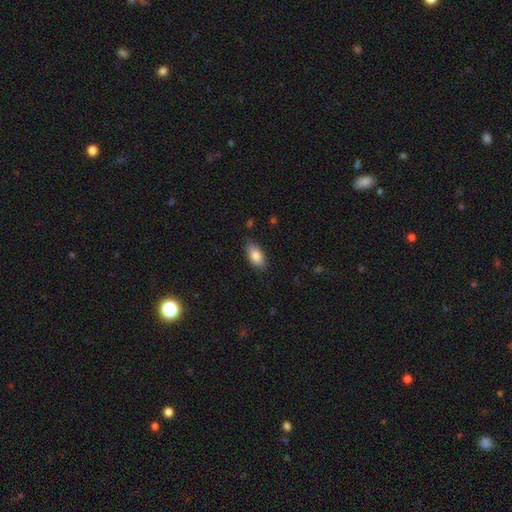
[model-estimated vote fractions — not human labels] Smooth or featured: smooth — 85% (featured or disk — 8%)
How rounded: in between — 91% (cigar-shaped — 6%)
Merging: none — 83% (minor disturbance — 13%)